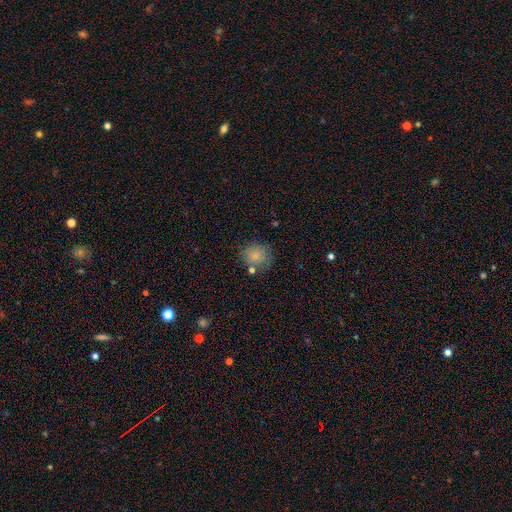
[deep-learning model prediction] A smooth galaxy with no disk features (81%) that is round (86%). Merging: none (71%).